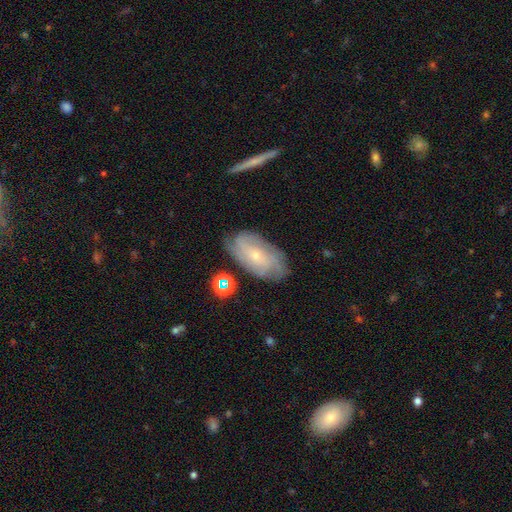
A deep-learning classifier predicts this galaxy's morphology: Smooth or featured?
  - featured or disk: 66% *
  - smooth: 26%
  - star or artifact: 8%
Edge-on disk?
  - no: 92% *
  - yes: 8%
Bar?
  - no: 75% *
  - weak: 20%
  - strong: 5%
Spiral arms?
  - yes: 85% *
  - no: 15%
Spiral winding?
  - tight: 59% *
  - medium: 29%
  - loose: 12%
Spiral arm count?
  - can't tell: 48% *
  - 2: 15%
  - 3: 13%
  - 4: 13%
  - more than 4: 6%
  - 1: 4%
Bulge size?
  - small: 78% *
  - moderate: 18%
  - none: 1%
  - large: 1%
  - dominant: 1%
Merging?
  - none: 75% *
  - minor disturbance: 18%
  - major disturbance: 5%
  - merger: 2%